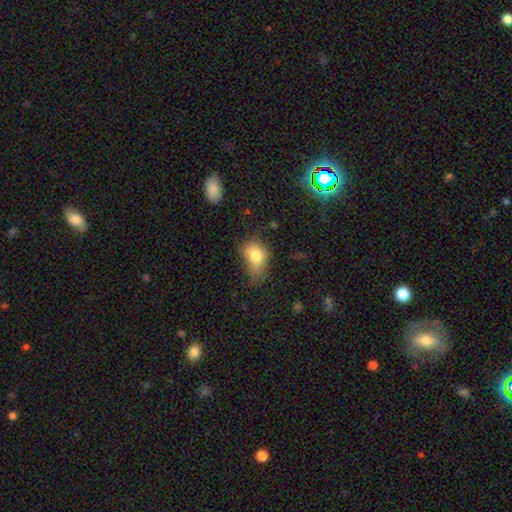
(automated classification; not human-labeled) Q: Smooth or featured?
A: smooth (76%); runner-up: featured or disk (13%)
Q: How rounded?
A: in between (74%); runner-up: round (24%)
Q: Merging?
A: minor disturbance (38%); runner-up: none (34%)